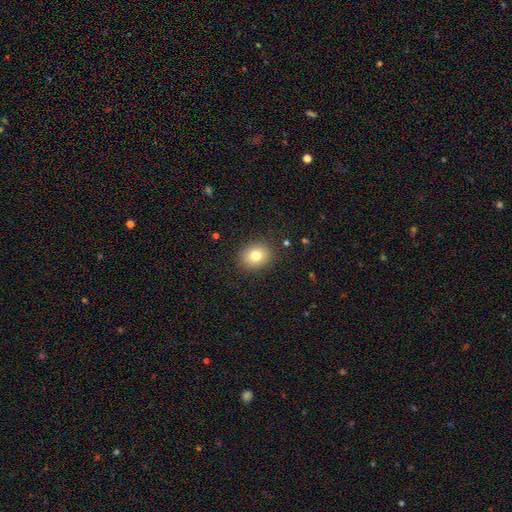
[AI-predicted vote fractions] Smooth or featured: smooth — 79% (star or artifact — 11%)
How rounded: round — 62% (in between — 37%)
Merging: none — 88% (minor disturbance — 8%)